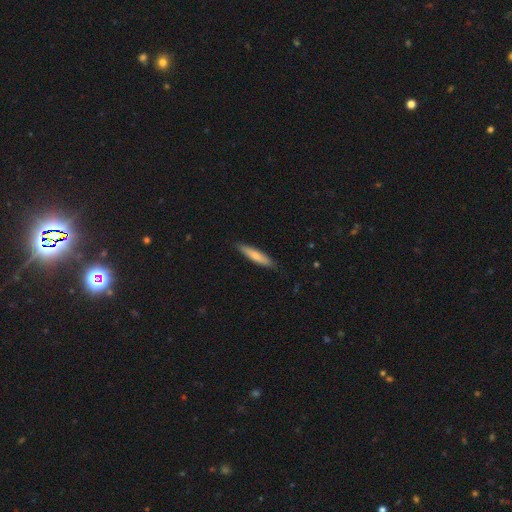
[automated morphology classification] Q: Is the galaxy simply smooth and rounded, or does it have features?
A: smooth — 72%.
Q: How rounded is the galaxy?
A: cigar-shaped — 85%.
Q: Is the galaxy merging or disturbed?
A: none — 87%.